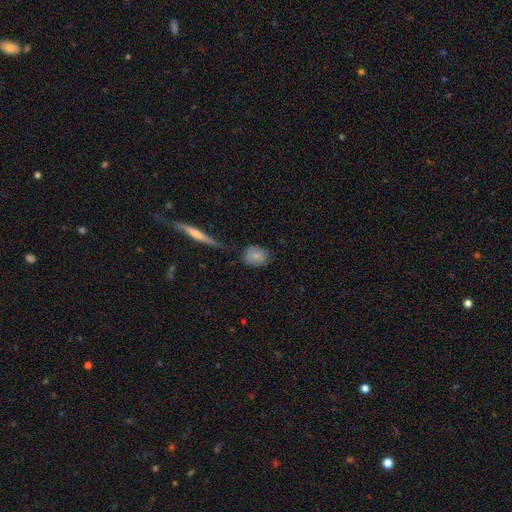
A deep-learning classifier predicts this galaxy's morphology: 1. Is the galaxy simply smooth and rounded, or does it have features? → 79% smooth, 13% featured or disk, 8% star or artifact.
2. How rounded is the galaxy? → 49% in between, 48% round, 3% cigar-shaped.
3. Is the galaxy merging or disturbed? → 67% none, 21% minor disturbance, 6% major disturbance, 6% merger.